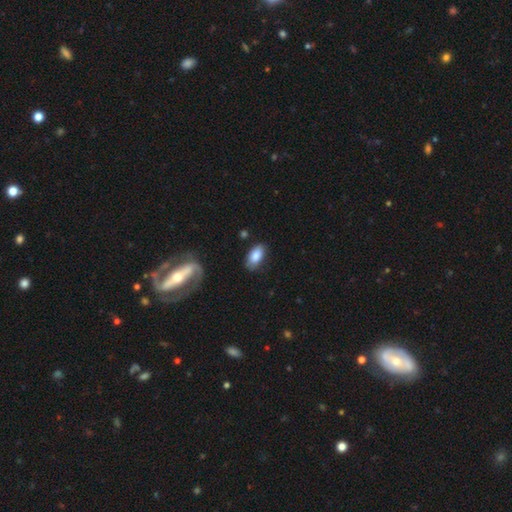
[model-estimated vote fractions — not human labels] This is clearly a smooth galaxy (84%). How rounded: clearly in between (93%). Merging: likely none (77%).